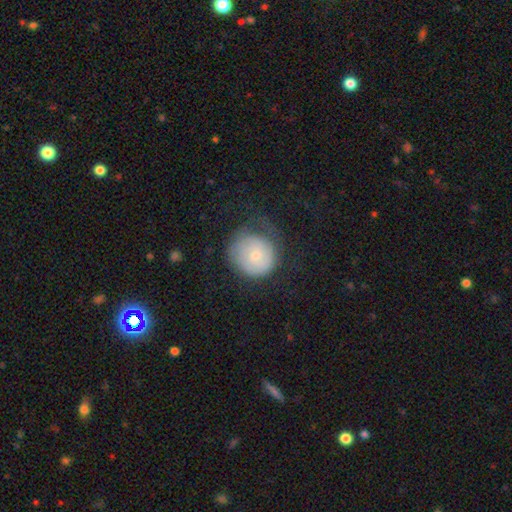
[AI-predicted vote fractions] smooth_or_featured: smooth (p=0.61) [alt: featured or disk p=0.32]
how_rounded: round (p=0.86) [alt: in between p=0.13]
merging: none (p=0.46) [alt: minor disturbance p=0.30]